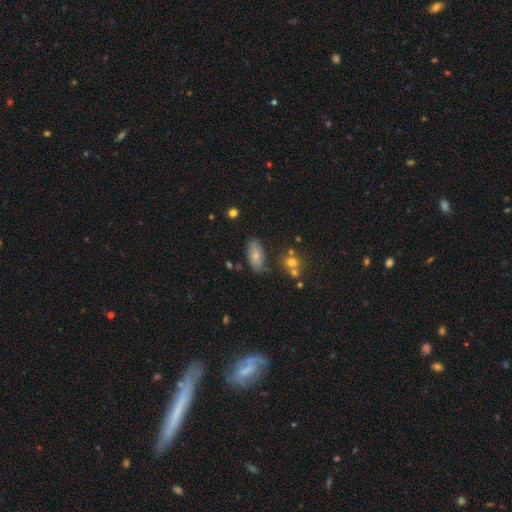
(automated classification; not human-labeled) This is likely a smooth galaxy (74%). How rounded: clearly in between (89%). Merging: likely none (72%).